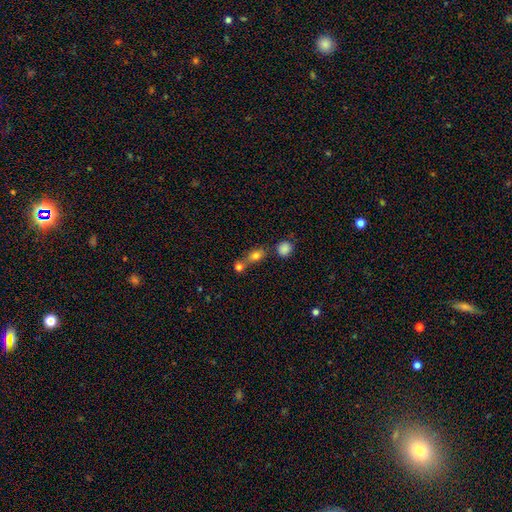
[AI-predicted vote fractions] The model was most divided on "merging": none: 42%, merger: 41%, minor disturbance: 11%, major disturbance: 6%. More confident: smooth or featured — smooth (75%); how rounded — in between (51%).